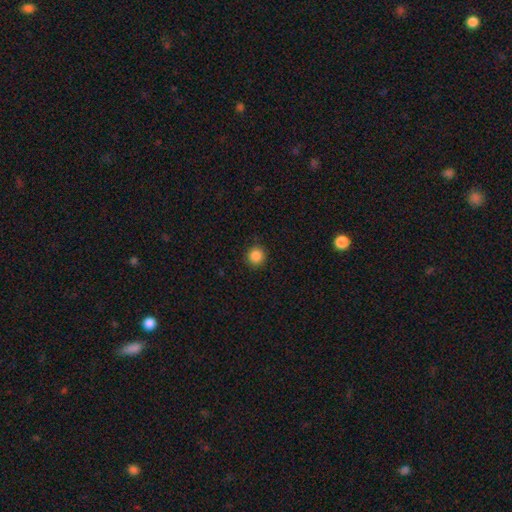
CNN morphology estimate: Overall: smooth (87%). How rounded: round (94%). Merging: none (91%).